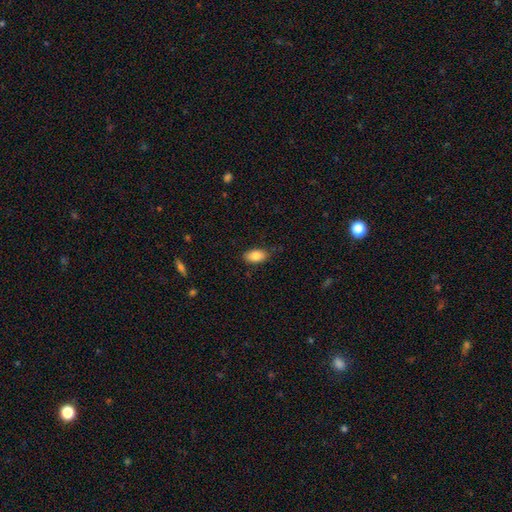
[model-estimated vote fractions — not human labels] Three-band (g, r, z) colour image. It shows a smooth galaxy with no disk features (84%) that is in between round and cigar-shaped (92%). Merging: none (80%).